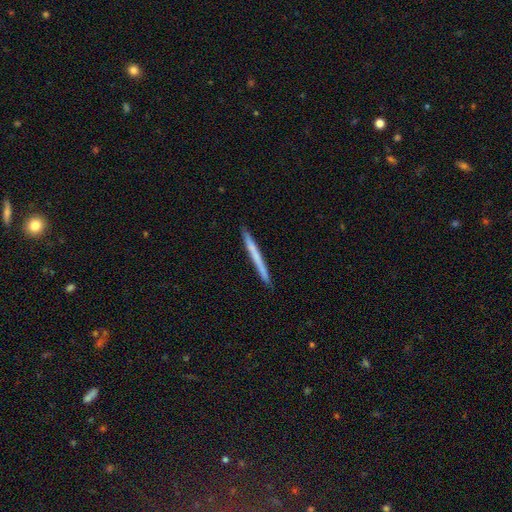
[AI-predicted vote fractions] smooth_or_featured: smooth (p=0.59) [alt: featured or disk p=0.36]
how_rounded: cigar-shaped (p=0.97) [alt: in between p=0.01]
merging: none (p=0.92) [alt: minor disturbance p=0.05]